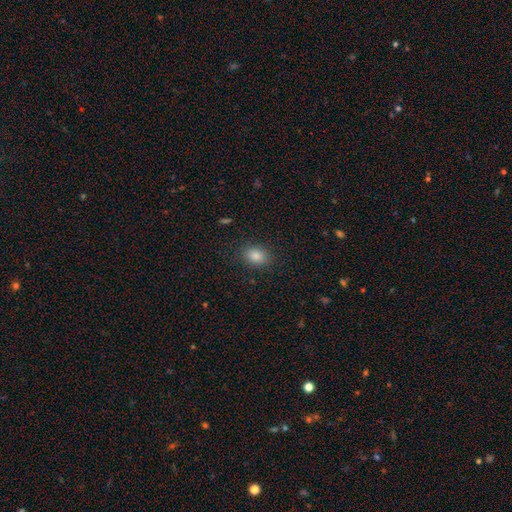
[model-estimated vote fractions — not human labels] A smooth galaxy with no disk features (83%) that is in between round and cigar-shaped (63%).

Vote fractions:
- Smooth or featured? smooth: 83% / star or artifact: 12% / featured or disk: 5%
- How rounded? in between: 63% / round: 36% / cigar-shaped: 1%
- Merging? none: 88% / minor disturbance: 8% / major disturbance: 3% / merger: 1%